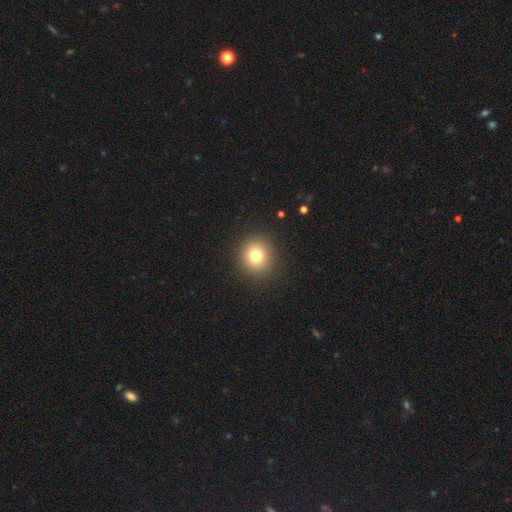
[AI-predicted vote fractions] smooth 77%, star or artifact 13%, featured or disk 10%. Down the decision tree: how rounded — round (89%); merging — none (91%).